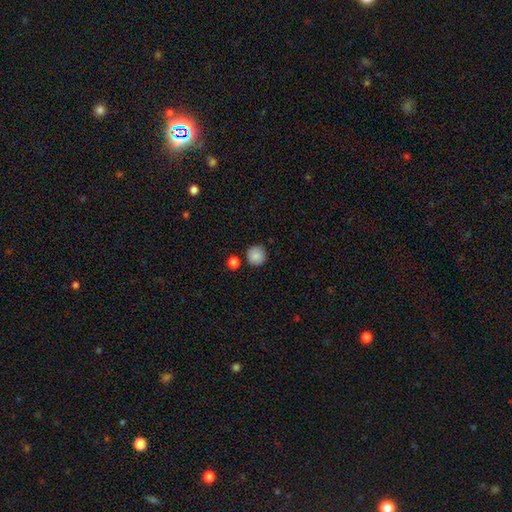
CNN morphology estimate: This is clearly a smooth galaxy (87%). How rounded: clearly round (94%). Merging: clearly none (85%).